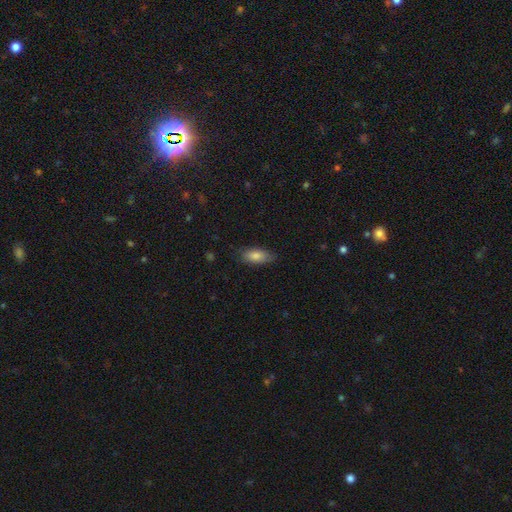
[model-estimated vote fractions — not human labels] smooth-or-featured: smooth: 82% | featured or disk: 11% | star or artifact: 7%
  how-rounded: in between: 79% | cigar-shaped: 19% | round: 2%
  merging: none: 80% | minor disturbance: 16% | major disturbance: 3% | merger: 1%